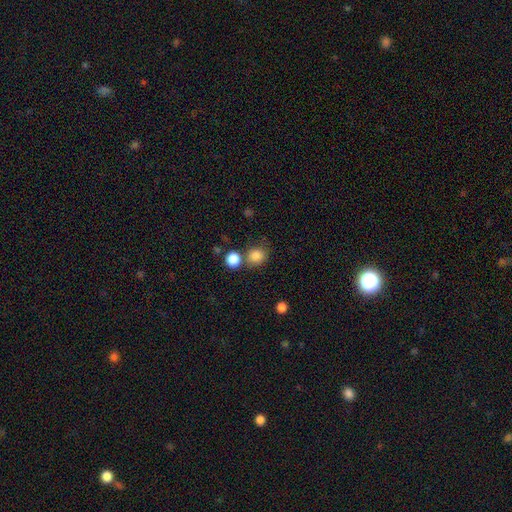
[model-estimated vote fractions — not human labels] A smooth galaxy with no disk features (84%) that is round (76%). Merging: none (63%).